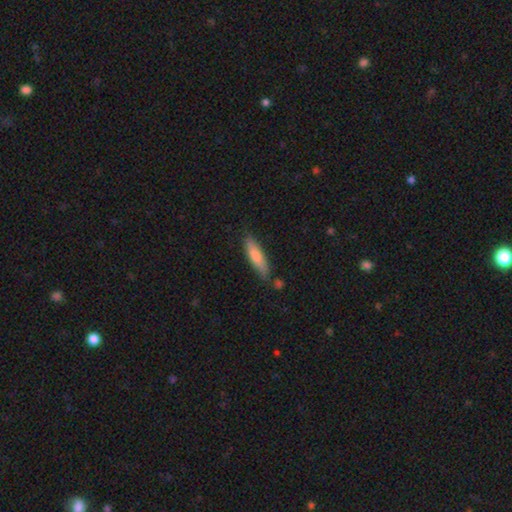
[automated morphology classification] Smooth or featured: smooth — 74% (featured or disk — 20%)
How rounded: cigar-shaped — 72% (in between — 27%)
Merging: none — 77% (minor disturbance — 15%)